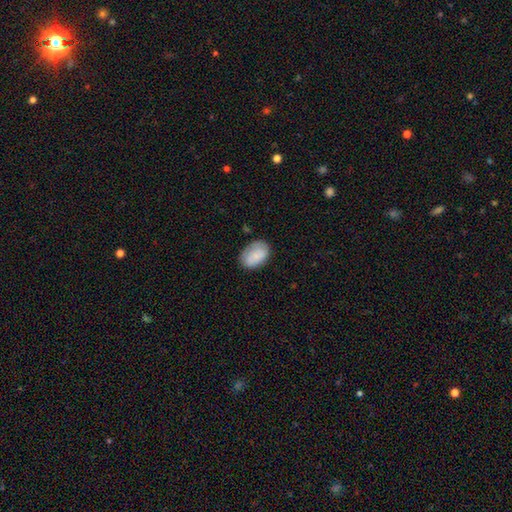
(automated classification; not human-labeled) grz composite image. It shows a smooth galaxy with no disk features (78%) that is in between round and cigar-shaped (86%). Merging: none (72%).